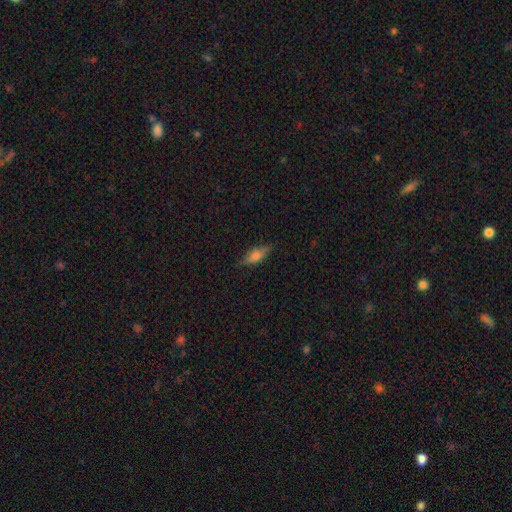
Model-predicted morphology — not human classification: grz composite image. It shows a smooth galaxy with no disk features (51%) that is in between round and cigar-shaped (60%). Merging: none (82%).